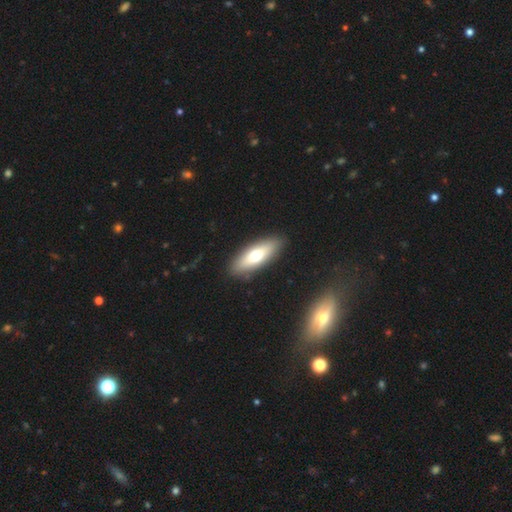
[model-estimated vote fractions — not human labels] Overall: smooth (63%; featured or disk 31%). How rounded: in between (64%; cigar-shaped 34%). Merging: none (88%).